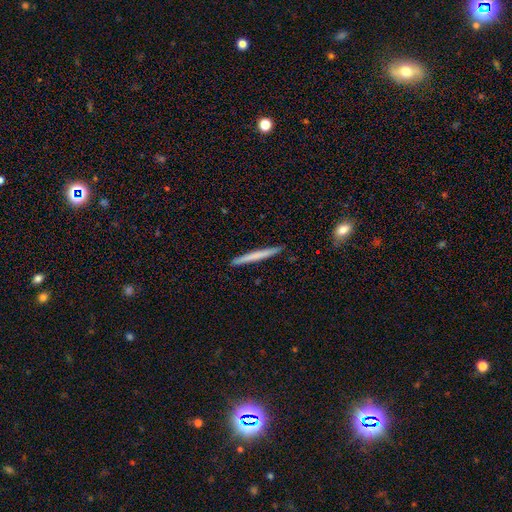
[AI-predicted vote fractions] Morphology: type=smooth (61%); roundness=cigar-shaped (97%); merging=none (92%).